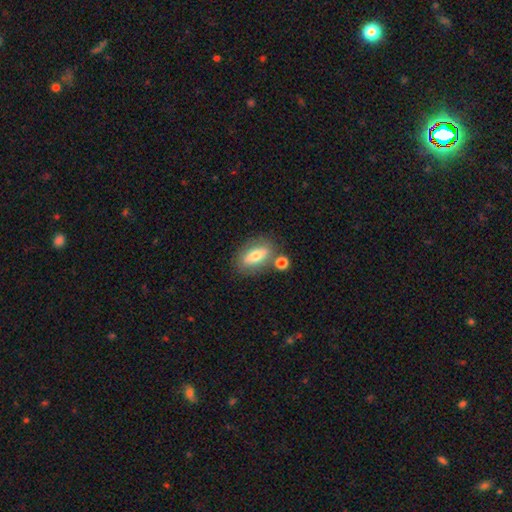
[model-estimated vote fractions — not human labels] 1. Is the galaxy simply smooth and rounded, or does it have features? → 65% smooth, 28% featured or disk, 8% star or artifact.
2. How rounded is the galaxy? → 80% in between, 13% cigar-shaped, 7% round.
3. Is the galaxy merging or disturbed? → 71% none, 13% minor disturbance, 12% merger, 4% major disturbance.